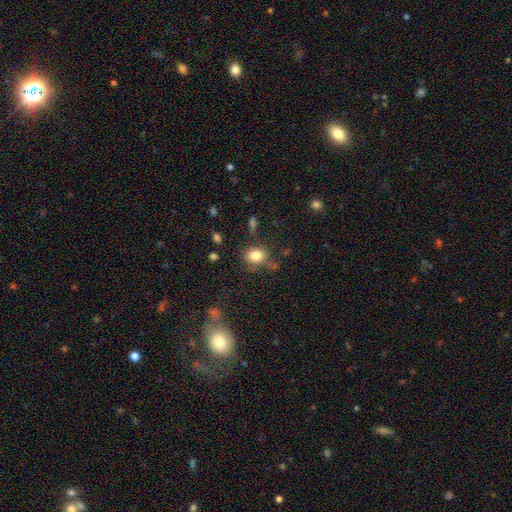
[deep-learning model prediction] Overall: smooth (81%). How rounded: round (60%; in between 39%). Merging: none (71%).